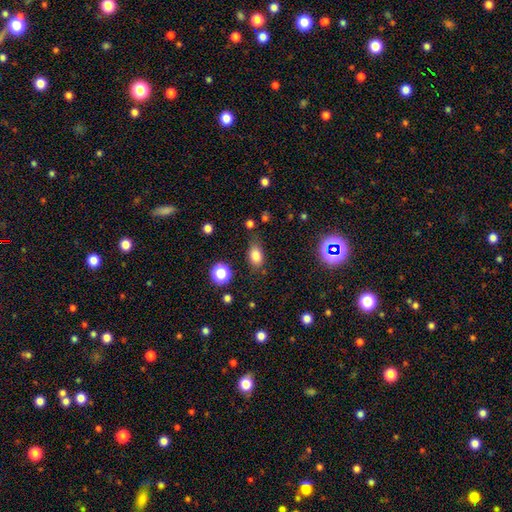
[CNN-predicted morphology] smooth 79%, star or artifact 13%, featured or disk 8%. Down the decision tree: how rounded — in between (81%); merging — none (75%).